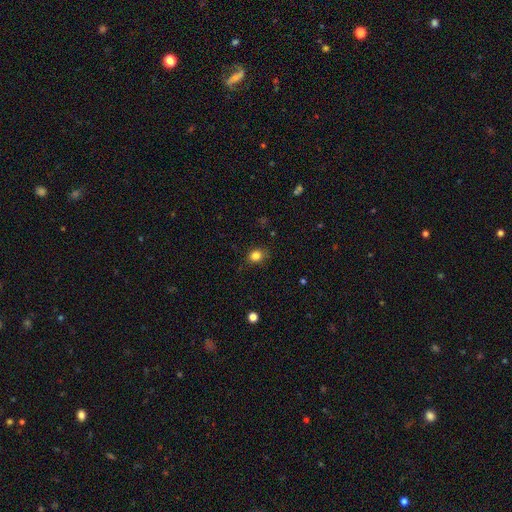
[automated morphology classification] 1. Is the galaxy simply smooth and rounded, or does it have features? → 83% smooth, 12% star or artifact, 5% featured or disk.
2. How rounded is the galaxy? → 63% round, 35% in between, 1% cigar-shaped.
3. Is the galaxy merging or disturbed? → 82% none, 14% minor disturbance, 3% major disturbance, 1% merger.